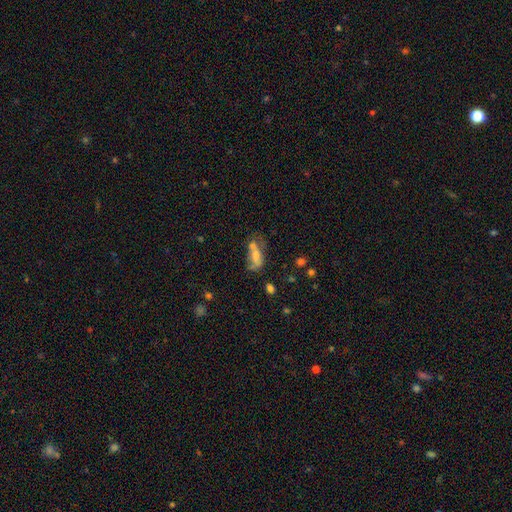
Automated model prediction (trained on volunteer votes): Q: Smooth or featured?
A: smooth (56%); runner-up: featured or disk (31%)
Q: How rounded?
A: in between (78%); runner-up: cigar-shaped (15%)
Q: Merging?
A: merger (35%); runner-up: none (31%)